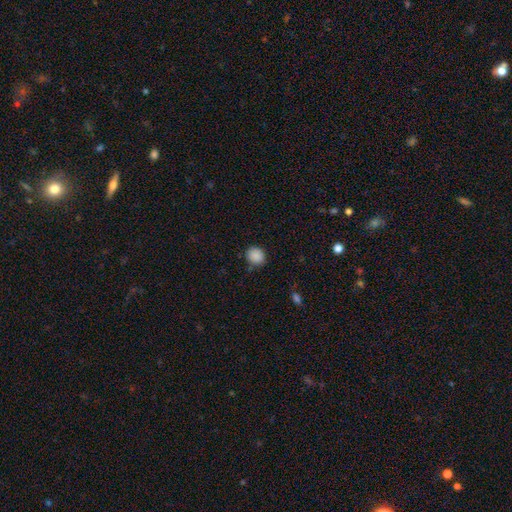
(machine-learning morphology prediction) Overall: smooth (88%). How rounded: round (79%). Merging: none (83%).